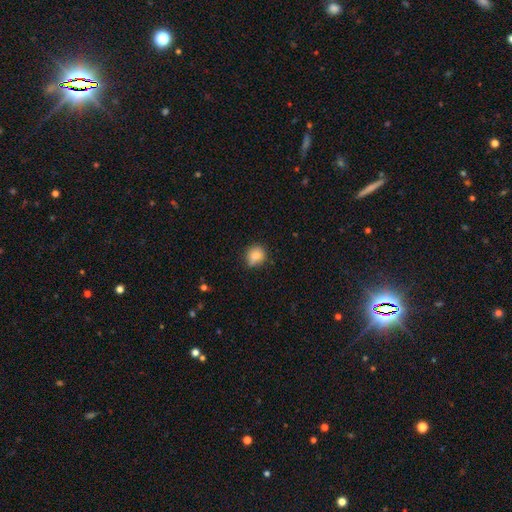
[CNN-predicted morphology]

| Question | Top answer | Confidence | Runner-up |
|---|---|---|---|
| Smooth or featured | smooth | 82% | star or artifact (10%) |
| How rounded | round | 80% | in between (19%) |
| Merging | none | 67% | minor disturbance (27%) |